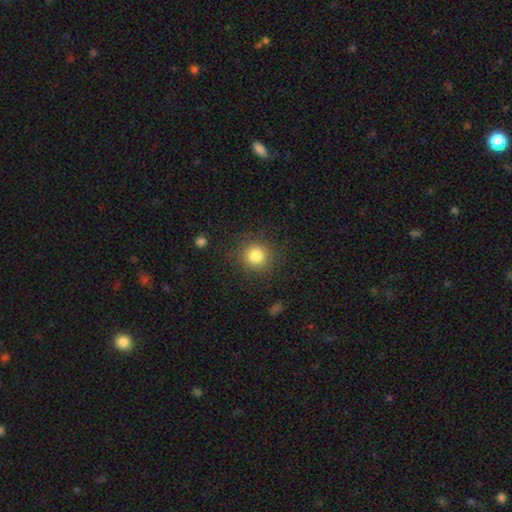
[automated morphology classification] Smooth or featured?
  - smooth: 81% *
  - star or artifact: 12%
  - featured or disk: 7%
How rounded?
  - round: 92% *
  - in between: 7%
  - cigar-shaped: 1%
Merging?
  - none: 87% *
  - minor disturbance: 8%
  - major disturbance: 3%
  - merger: 1%